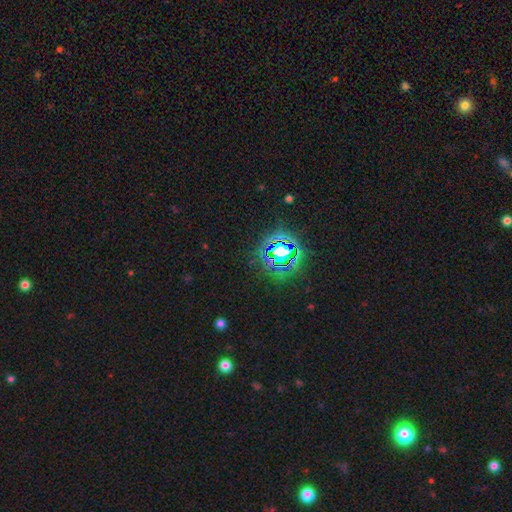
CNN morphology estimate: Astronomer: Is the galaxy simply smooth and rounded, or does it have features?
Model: star or artifact — 82%.